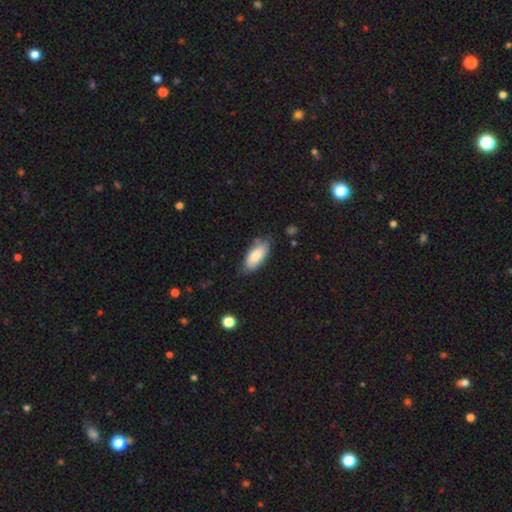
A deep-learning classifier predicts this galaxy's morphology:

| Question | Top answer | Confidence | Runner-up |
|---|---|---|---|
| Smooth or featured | smooth | 81% | featured or disk (13%) |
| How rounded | in between | 88% | cigar-shaped (10%) |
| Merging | none | 72% | minor disturbance (22%) |